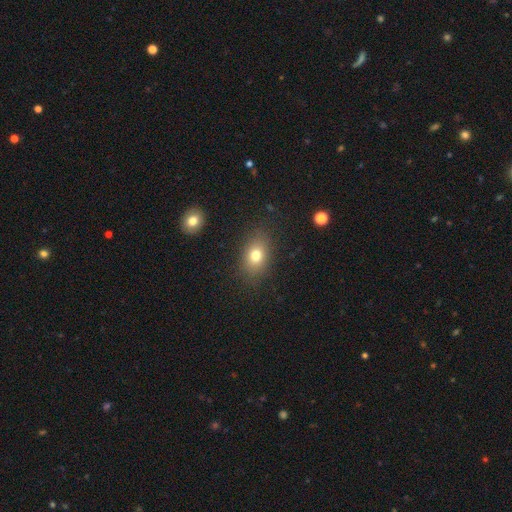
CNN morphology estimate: smooth_or_featured: smooth (p=0.77) [alt: featured or disk p=0.12]
how_rounded: in between (p=0.75) [alt: round p=0.23]
merging: none (p=0.83) [alt: minor disturbance p=0.12]